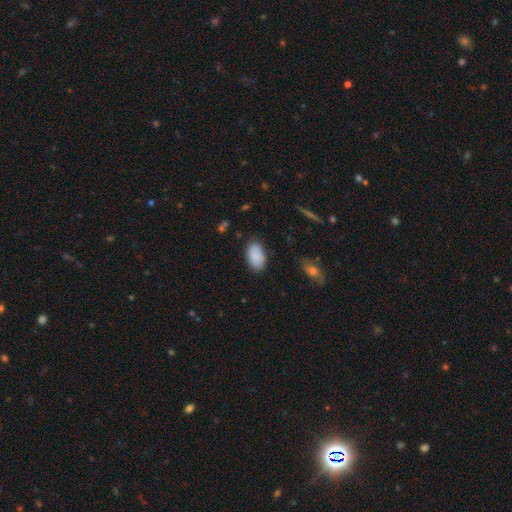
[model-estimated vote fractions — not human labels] A smooth galaxy with no disk features (88%) that is in between round and cigar-shaped (93%).

Vote fractions:
- Smooth or featured? smooth: 88% / star or artifact: 7% / featured or disk: 5%
- How rounded? in between: 93% / round: 5% / cigar-shaped: 1%
- Merging? none: 82% / minor disturbance: 14% / major disturbance: 3% / merger: 2%